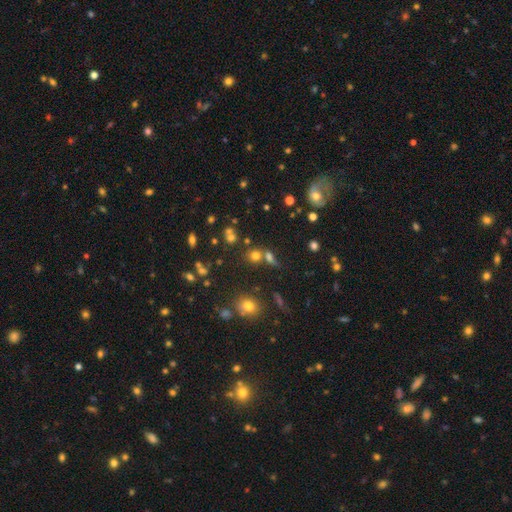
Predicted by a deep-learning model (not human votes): A smooth galaxy with no disk features (66%) that is round (79%).

Vote fractions:
- Smooth or featured? smooth: 66% / star or artifact: 23% / featured or disk: 11%
- How rounded? round: 79% / in between: 19% / cigar-shaped: 2%
- Merging? none: 57% / merger: 29% / minor disturbance: 9% / major disturbance: 5%